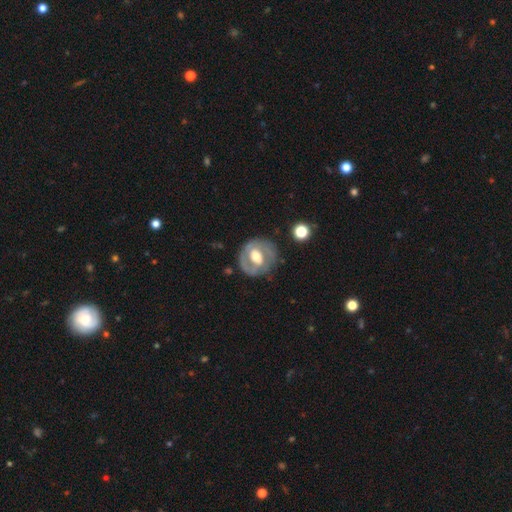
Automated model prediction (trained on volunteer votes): Smooth or featured: featured or disk — 70% (smooth — 24%)
Edge-on disk: no — 96% (yes — 4%)
Bar: weak — 41% (no — 37%)
Spiral arms: yes — 57% (no — 43%)
Bulge size: moderate — 64% (large — 27%)
Merging: none — 75% (minor disturbance — 16%)